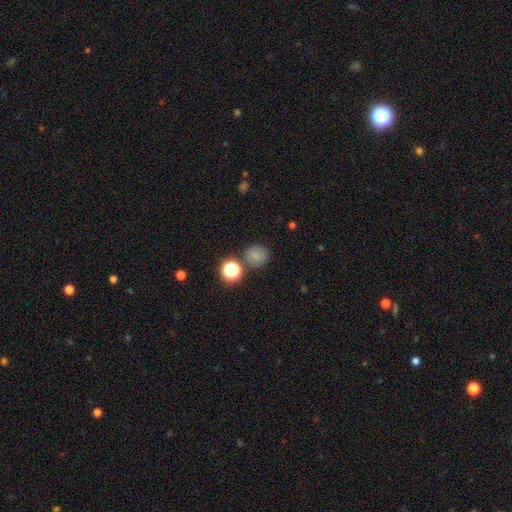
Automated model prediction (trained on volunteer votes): This is likely a smooth galaxy (75%). How rounded: clearly round (86%). Merging: likely none (77%).